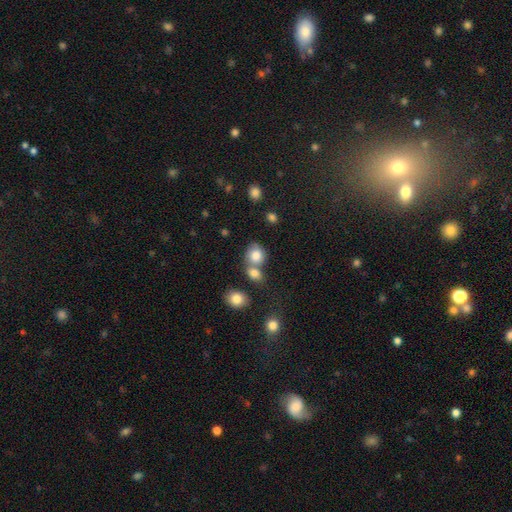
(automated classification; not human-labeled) This is clearly a smooth galaxy (81%). How rounded: likely round (67%). Merging: marginally none (44%).